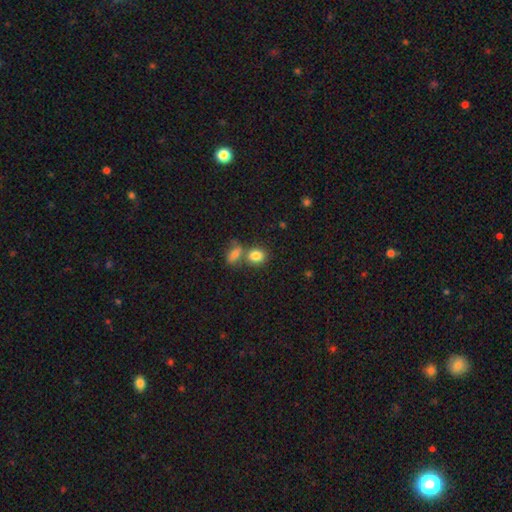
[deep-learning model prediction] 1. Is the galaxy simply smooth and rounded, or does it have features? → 83% smooth, 10% star or artifact, 7% featured or disk.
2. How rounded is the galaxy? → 51% round, 48% in between, 2% cigar-shaped.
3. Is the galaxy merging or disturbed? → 52% none, 34% merger, 10% minor disturbance, 4% major disturbance.